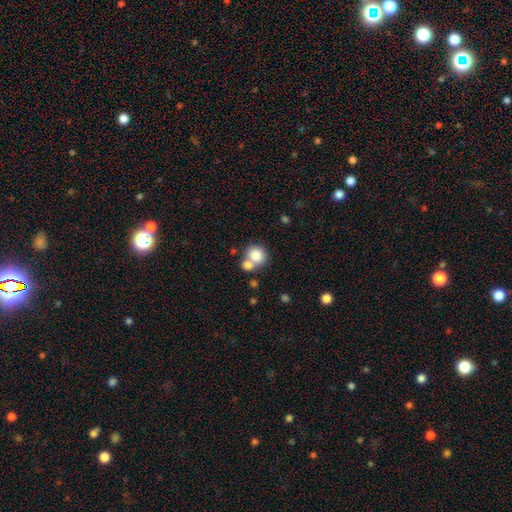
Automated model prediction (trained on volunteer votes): This is clearly a smooth galaxy (81%). How rounded: likely round (80%). Merging: marginally merger (44%).